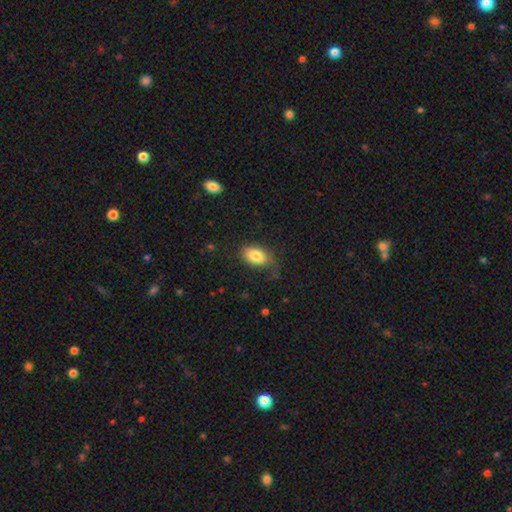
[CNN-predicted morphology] This appears to be a smooth galaxy with no disk features (82%) that is in between round and cigar-shaped (89%). Merging: none (67%).